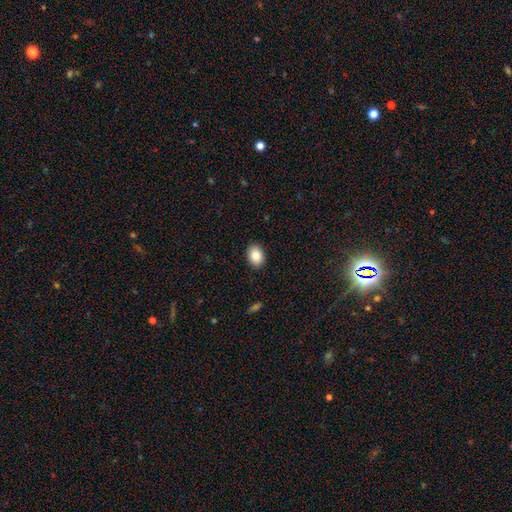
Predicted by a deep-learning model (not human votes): A smooth galaxy with no disk features (85%) that is in between round and cigar-shaped (75%). Merging: none (90%).